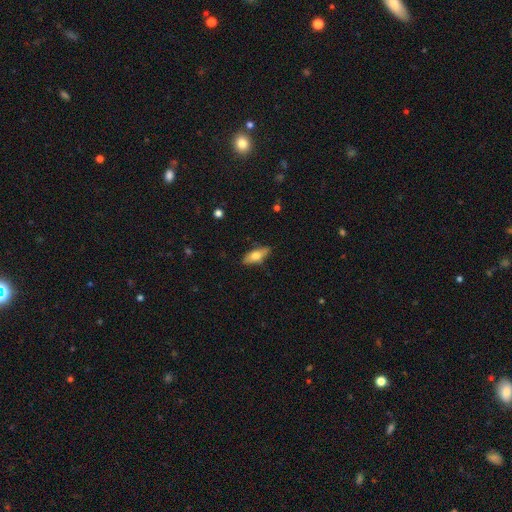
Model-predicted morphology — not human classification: A smooth galaxy with no disk features (64%) that is in between round and cigar-shaped (72%). Merging: none (83%).